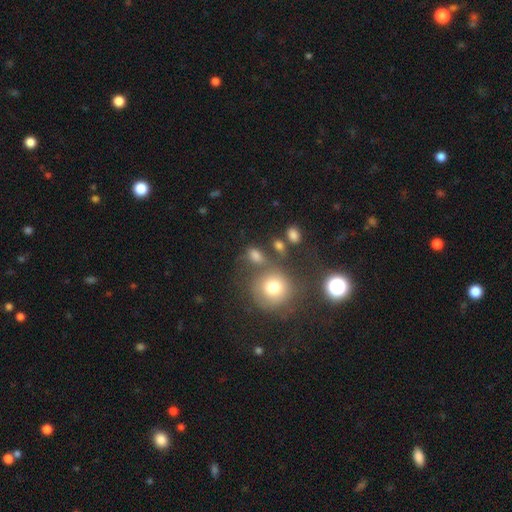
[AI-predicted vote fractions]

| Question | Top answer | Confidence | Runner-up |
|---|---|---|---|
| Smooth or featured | smooth | 72% | star or artifact (17%) |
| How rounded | in between | 55% | round (41%) |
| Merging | none | 52% | merger (22%) |